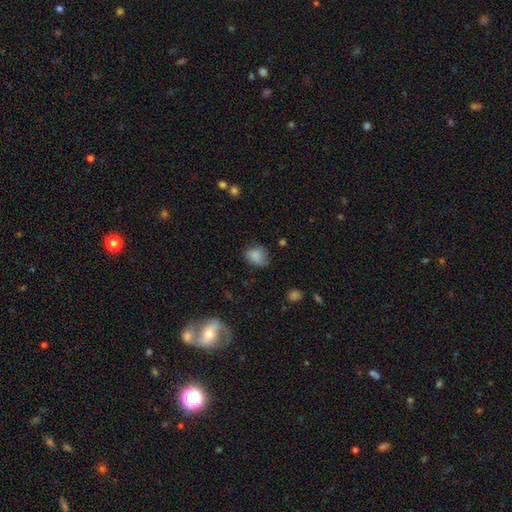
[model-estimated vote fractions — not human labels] This appears to be a smooth galaxy with no disk features (81%) that is round (50%). Merging: none (61%).